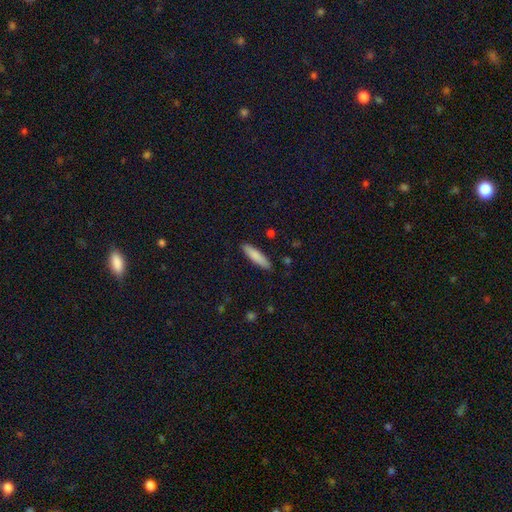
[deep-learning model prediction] A smooth galaxy with no disk features (82%) that is cigar-shaped (80%). Merging: none (89%).